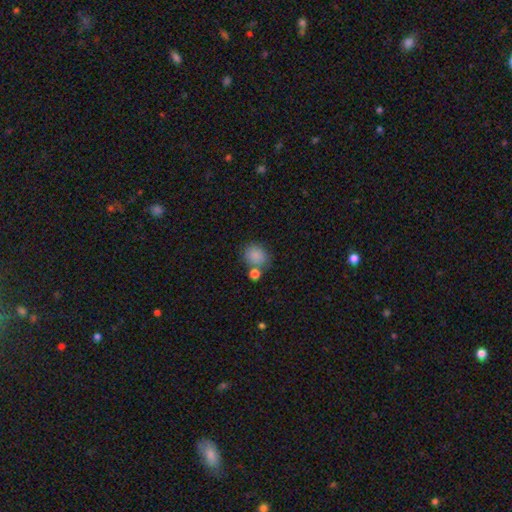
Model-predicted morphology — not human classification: Smooth or featured? smooth (85%)
How rounded? round (65%)
Merging? none (63%)